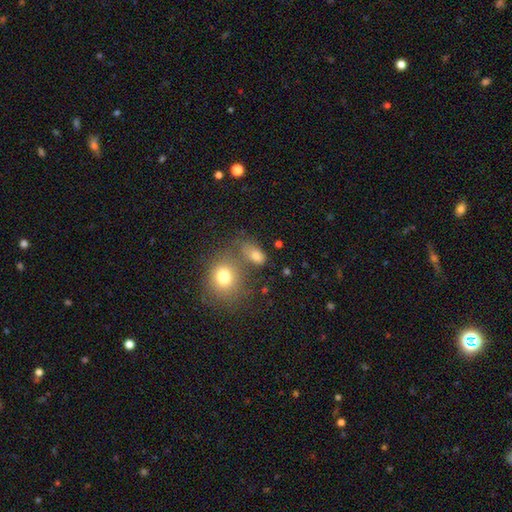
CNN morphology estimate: Smooth or featured: smooth — 74% (star or artifact — 15%)
How rounded: in between — 75% (round — 22%)
Merging: none — 51% (merger — 25%)